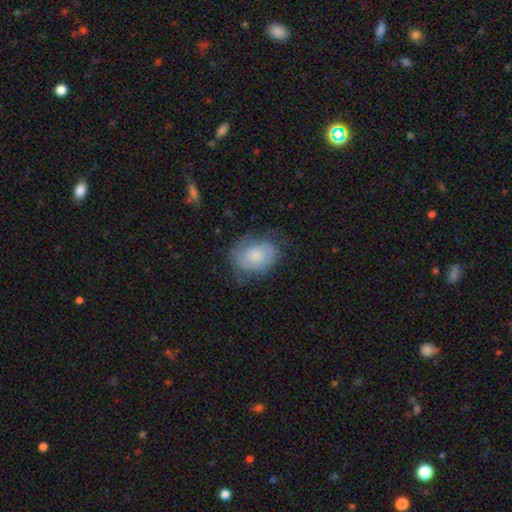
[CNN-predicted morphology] smooth-or-featured: smooth: 59% | featured or disk: 34% | star or artifact: 7%
  how-rounded: in between: 70% | round: 29% | cigar-shaped: 1%
  merging: none: 56% | minor disturbance: 29% | major disturbance: 13% | merger: 1%